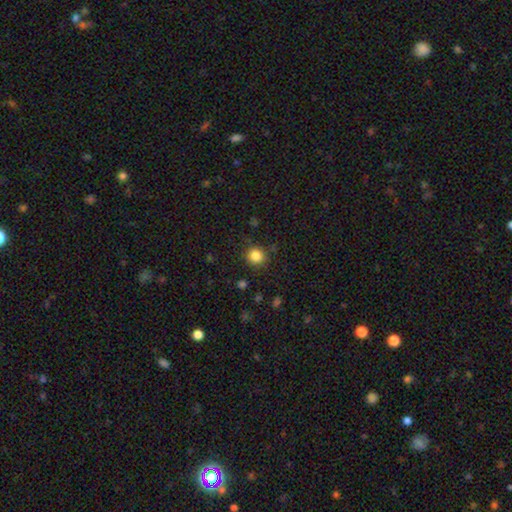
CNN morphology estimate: smooth 85%, star or artifact 11%, featured or disk 4%. Down the decision tree: how rounded — round (91%); merging — none (86%).